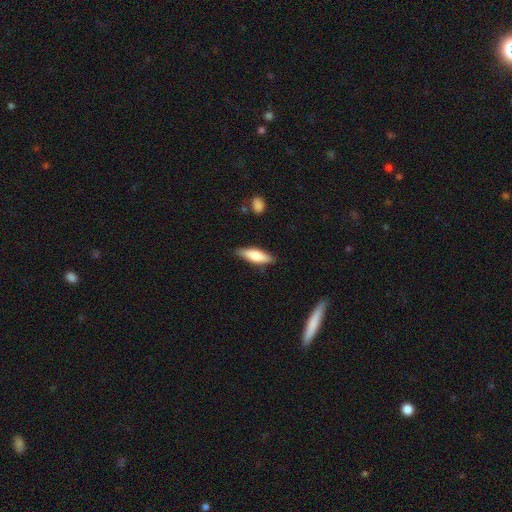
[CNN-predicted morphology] Smooth or featured? Predicted: smooth (p=0.73). How rounded? Predicted: in between (p=0.52). Merging? Predicted: none (p=0.82).